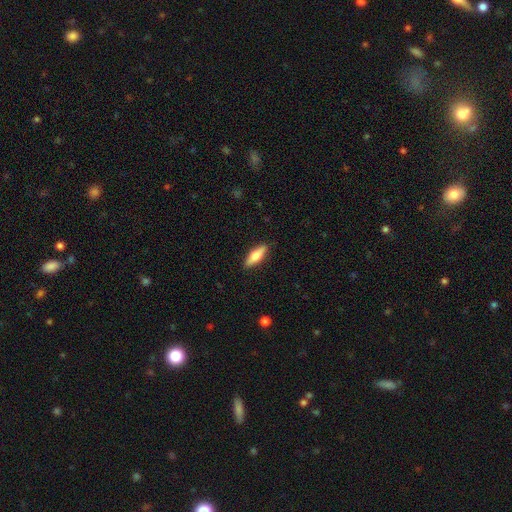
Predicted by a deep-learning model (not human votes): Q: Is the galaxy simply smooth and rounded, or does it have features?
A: smooth — 60%.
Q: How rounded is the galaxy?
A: in between — 50%.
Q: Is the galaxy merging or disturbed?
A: none — 89%.